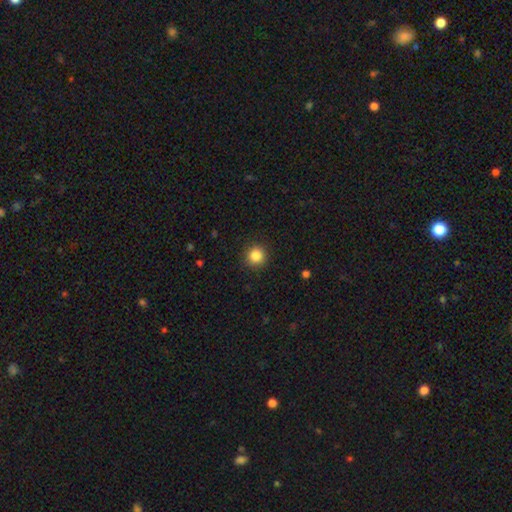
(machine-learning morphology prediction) Q: Smooth or featured?
A: smooth (85%); runner-up: star or artifact (11%)
Q: How rounded?
A: round (94%); runner-up: in between (5%)
Q: Merging?
A: none (91%); runner-up: minor disturbance (6%)